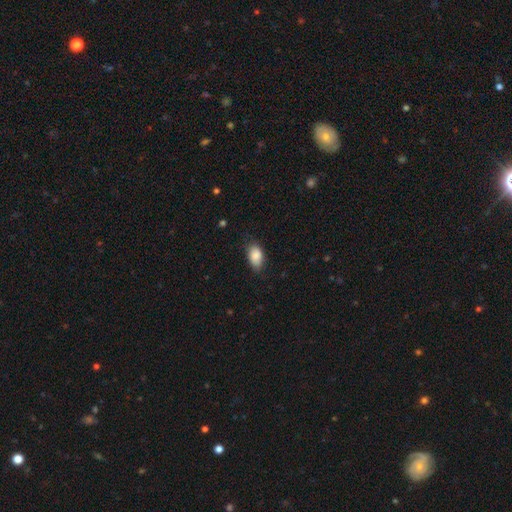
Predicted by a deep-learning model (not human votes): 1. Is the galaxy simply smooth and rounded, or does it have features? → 87% smooth, 7% star or artifact, 6% featured or disk.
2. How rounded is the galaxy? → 91% in between, 7% round, 2% cigar-shaped.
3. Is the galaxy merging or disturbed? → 73% none, 22% minor disturbance, 4% major disturbance, 1% merger.